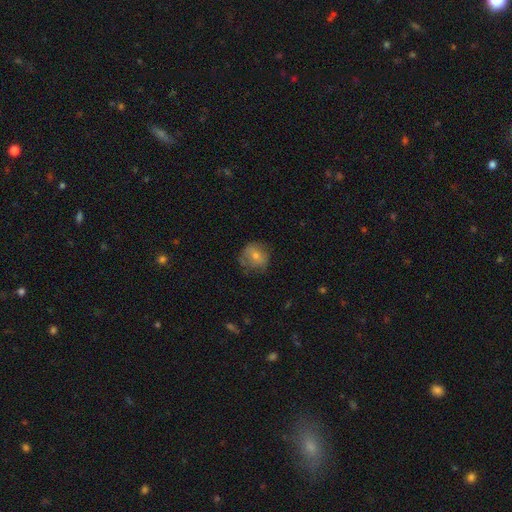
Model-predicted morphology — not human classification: Smooth or featured: smooth — 56% (featured or disk — 32%)
How rounded: round — 80% (in between — 19%)
Merging: none — 68% (minor disturbance — 22%)